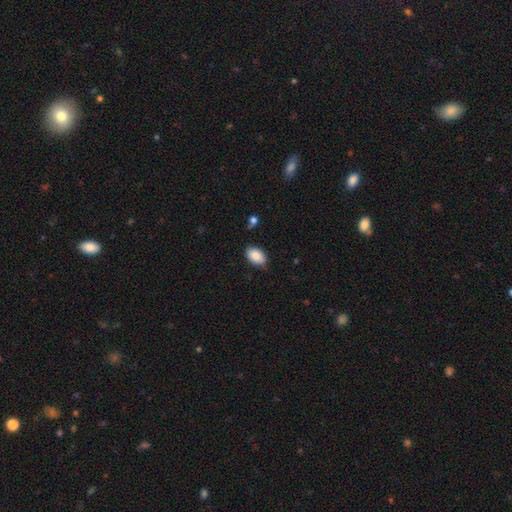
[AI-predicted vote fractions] Q: Smooth or featured?
A: smooth (87%); runner-up: star or artifact (7%)
Q: How rounded?
A: in between (90%); runner-up: round (9%)
Q: Merging?
A: none (80%); runner-up: minor disturbance (16%)